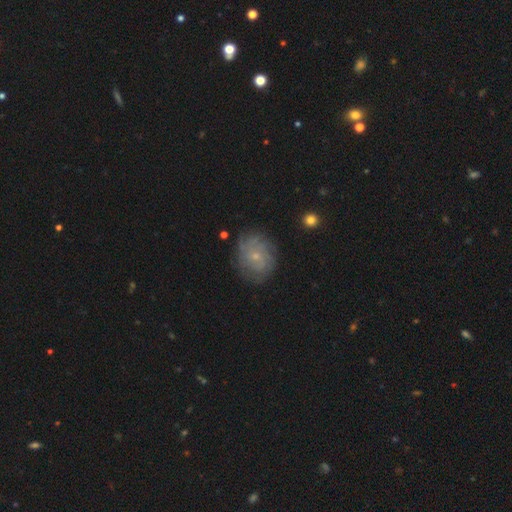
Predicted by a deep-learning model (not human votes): Morphology: type=featured or disk (63%); edge-on=no (97%); bar=no (81%); spiral arms=yes (84%); winding=tight (60%); arm count=can't tell (53%); bulge=small (79%); merging=none (77%).